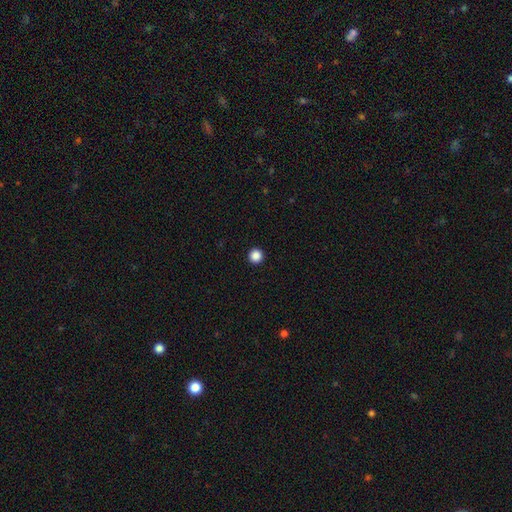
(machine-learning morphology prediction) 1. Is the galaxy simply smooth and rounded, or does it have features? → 88% smooth, 10% star or artifact, 2% featured or disk.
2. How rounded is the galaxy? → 96% round, 3% in between, 1% cigar-shaped.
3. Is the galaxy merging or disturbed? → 94% none, 3% minor disturbance, 1% major disturbance, 1% merger.